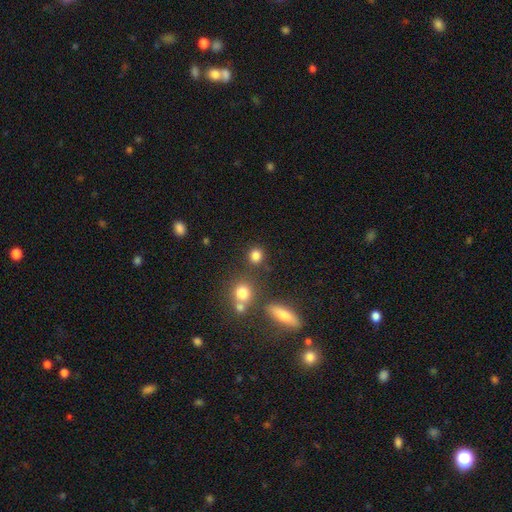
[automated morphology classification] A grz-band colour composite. It shows a smooth galaxy with no disk features (80%) that is round (85%). Merging: none (77%).